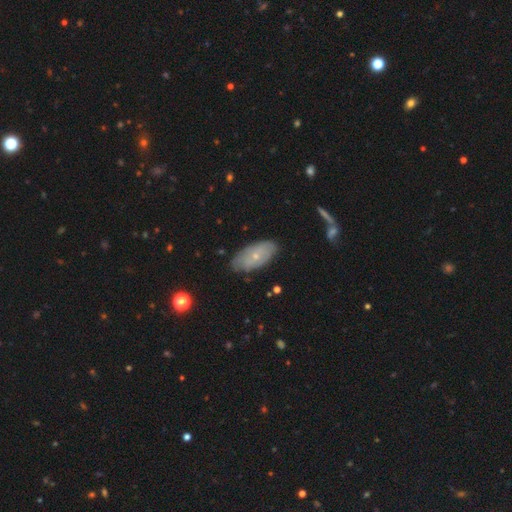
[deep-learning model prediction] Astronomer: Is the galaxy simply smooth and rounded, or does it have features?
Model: smooth — 51% (runner-up: featured or disk, 42%).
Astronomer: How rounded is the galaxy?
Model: in between — 91%.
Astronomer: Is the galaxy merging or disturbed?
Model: none — 76%.